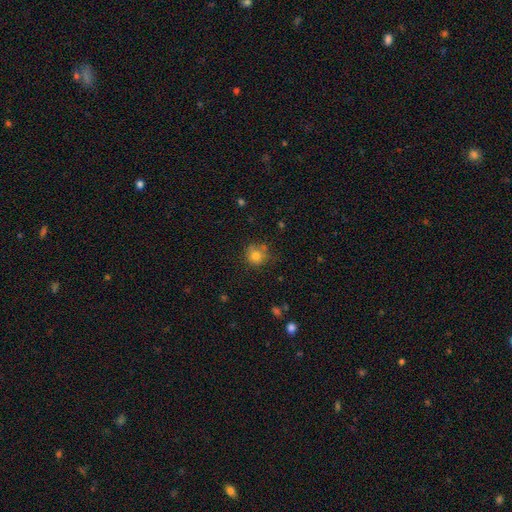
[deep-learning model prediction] This appears to be a smooth galaxy with no disk features (79%) that is round (87%). Merging: none (70%).